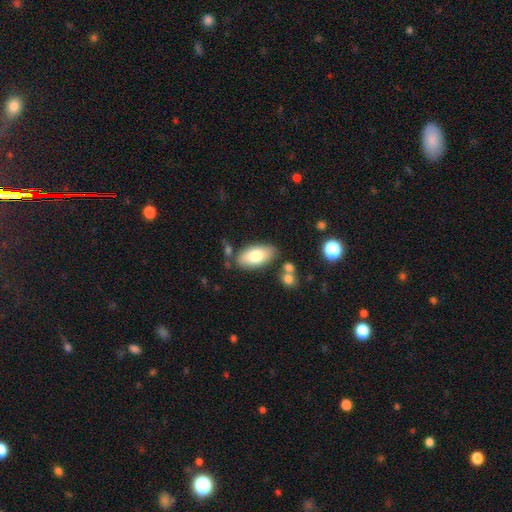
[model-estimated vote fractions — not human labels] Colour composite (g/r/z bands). It shows a smooth galaxy with no disk features (77%) that is in between round and cigar-shaped (93%). Merging: none (78%).